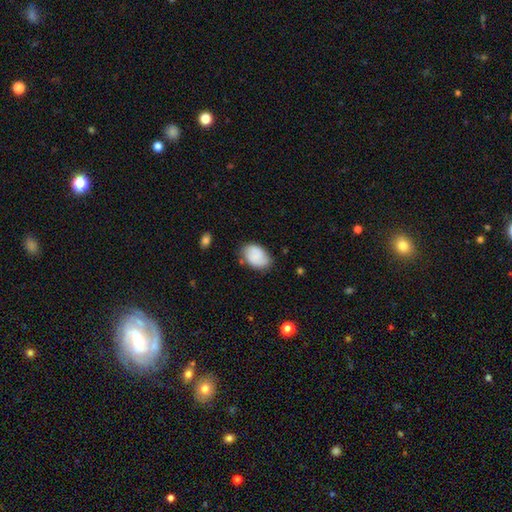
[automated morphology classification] Q: Smooth or featured?
A: smooth (68%); runner-up: featured or disk (24%)
Q: How rounded?
A: in between (85%); runner-up: round (14%)
Q: Merging?
A: none (71%); runner-up: minor disturbance (21%)